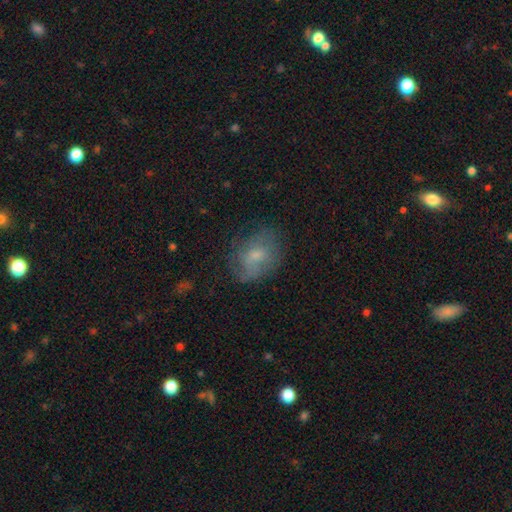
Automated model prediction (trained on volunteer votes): smooth_or_featured: smooth (p=0.49) [alt: featured or disk p=0.39]
merging: none (p=0.65) [alt: minor disturbance p=0.23]